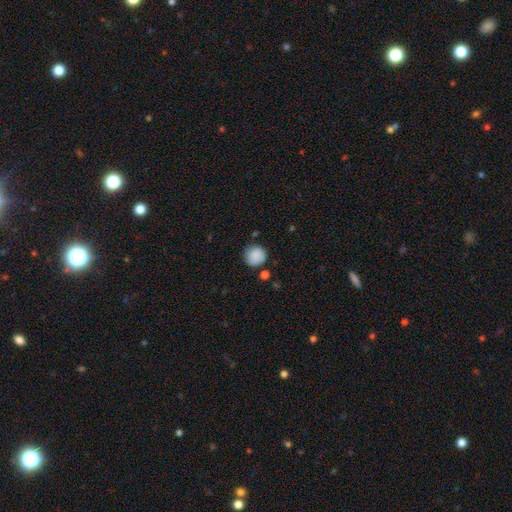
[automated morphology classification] type=smooth (87%); roundness=round (93%); merging=none (77%).